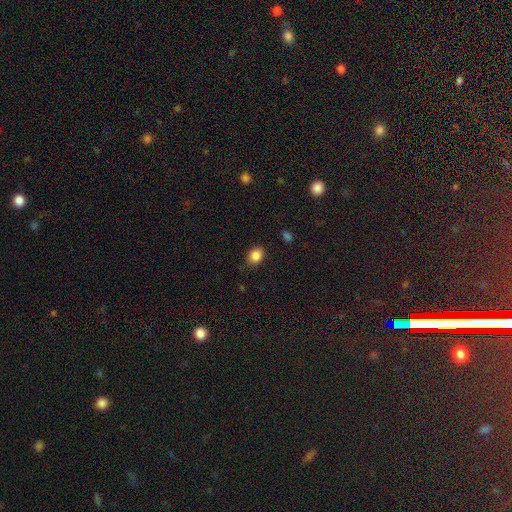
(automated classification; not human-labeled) This is clearly a smooth galaxy (86%). How rounded: possibly in between (56%). Merging: clearly none (83%).